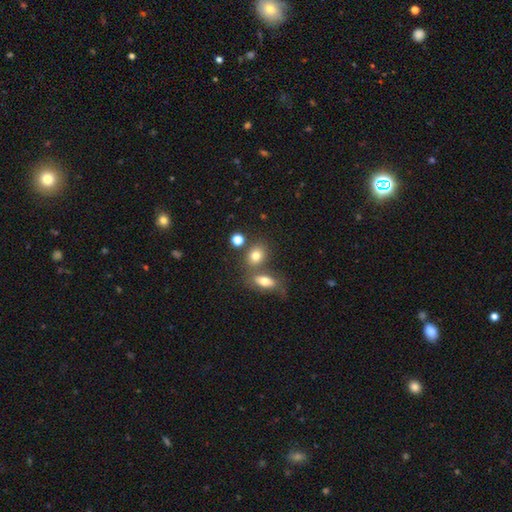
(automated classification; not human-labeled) Smooth or featured?
  - smooth: 78% *
  - featured or disk: 12%
  - star or artifact: 11%
How rounded?
  - in between: 56% *
  - round: 42%
  - cigar-shaped: 2%
Merging?
  - none: 54% *
  - merger: 31%
  - minor disturbance: 10%
  - major disturbance: 4%